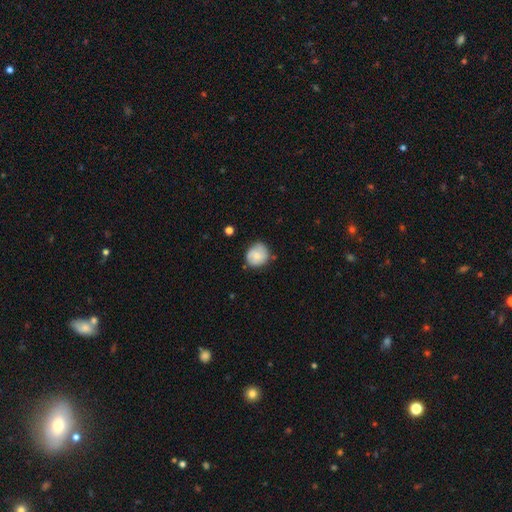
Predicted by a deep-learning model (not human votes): This appears to be a smooth galaxy with no disk features (65%) that is round (81%). Merging: none (69%).